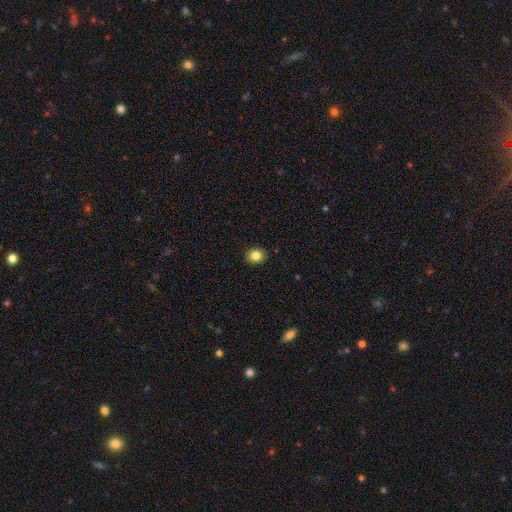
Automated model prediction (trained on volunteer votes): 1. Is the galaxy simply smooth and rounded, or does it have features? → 83% smooth, 10% star or artifact, 7% featured or disk.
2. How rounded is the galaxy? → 67% round, 32% in between, 1% cigar-shaped.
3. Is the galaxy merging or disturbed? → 90% none, 7% minor disturbance, 2% major disturbance, 1% merger.